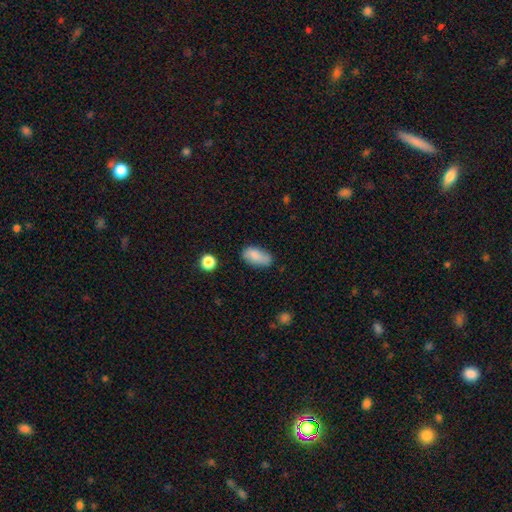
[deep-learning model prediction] Smooth or featured: smooth — 82% (featured or disk — 11%)
How rounded: in between — 91% (cigar-shaped — 5%)
Merging: none — 68% (minor disturbance — 24%)